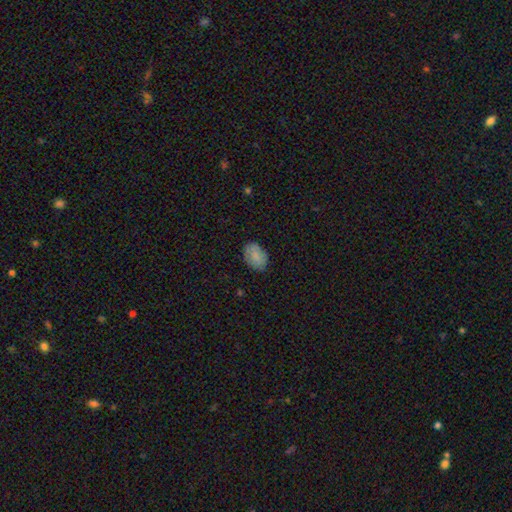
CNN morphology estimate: The model was most divided on "merging": none: 79%, minor disturbance: 16%, major disturbance: 3%, merger: 1%. More confident: how rounded — in between (82%); smooth or featured — smooth (80%).